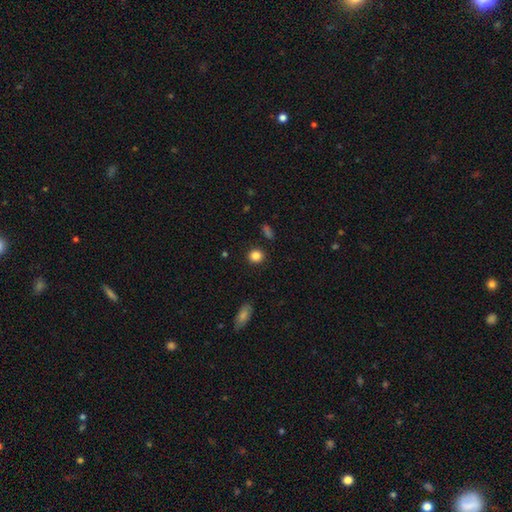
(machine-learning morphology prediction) Overall: smooth (85%). How rounded: round (86%). Merging: none (90%).